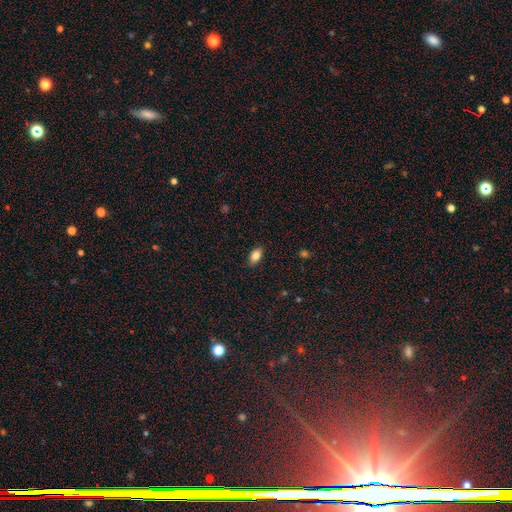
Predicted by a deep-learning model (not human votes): This is clearly a smooth galaxy (84%). How rounded: clearly in between (89%). Merging: clearly none (86%).